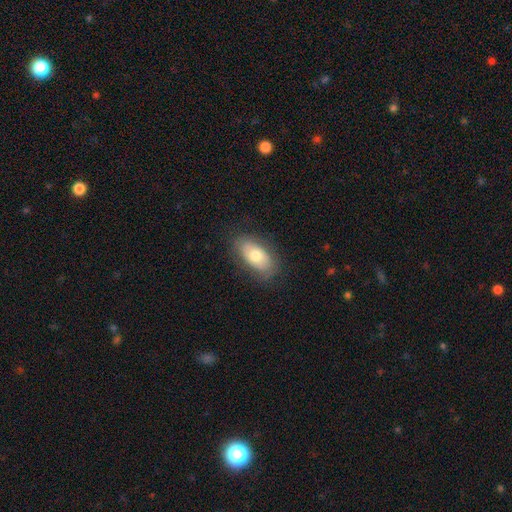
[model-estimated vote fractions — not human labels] This is likely a smooth galaxy (69%). How rounded: clearly in between (92%). Merging: likely none (79%).